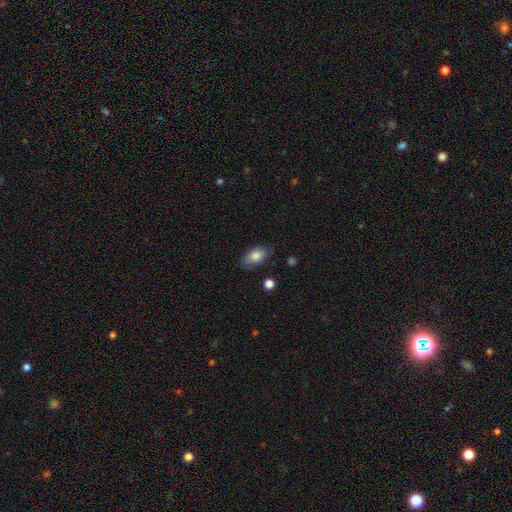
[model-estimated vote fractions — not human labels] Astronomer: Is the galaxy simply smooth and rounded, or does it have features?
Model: smooth — 83%.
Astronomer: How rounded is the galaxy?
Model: in between — 89%.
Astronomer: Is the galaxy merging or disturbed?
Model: none — 76%.